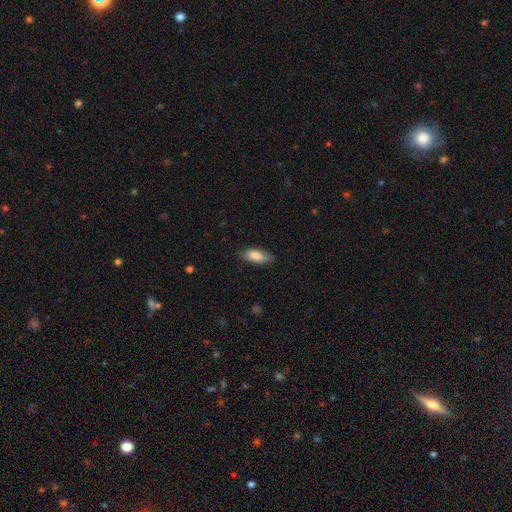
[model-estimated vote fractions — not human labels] smooth_or_featured: smooth (p=0.83) [alt: featured or disk p=0.11]
how_rounded: in between (p=0.71) [alt: cigar-shaped p=0.27]
merging: none (p=0.82) [alt: minor disturbance p=0.14]